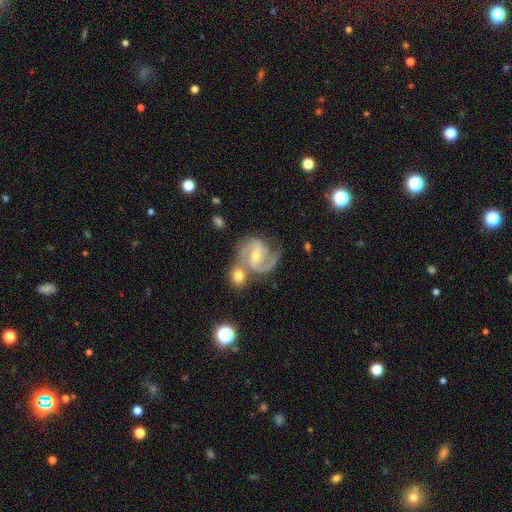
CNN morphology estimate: Q: Smooth or featured?
A: featured or disk (89%); runner-up: smooth (6%)
Q: Edge-on disk?
A: no (98%); runner-up: yes (2%)
Q: Bar?
A: weak (48%); runner-up: strong (31%)
Q: Spiral arms?
A: yes (97%); runner-up: no (3%)
Q: Spiral winding?
A: medium (56%); runner-up: tight (30%)
Q: Spiral arm count?
A: 2 (80%); runner-up: 3 (9%)
Q: Bulge size?
A: small (55%); runner-up: moderate (42%)
Q: Merging?
A: none (50%); runner-up: merger (28%)